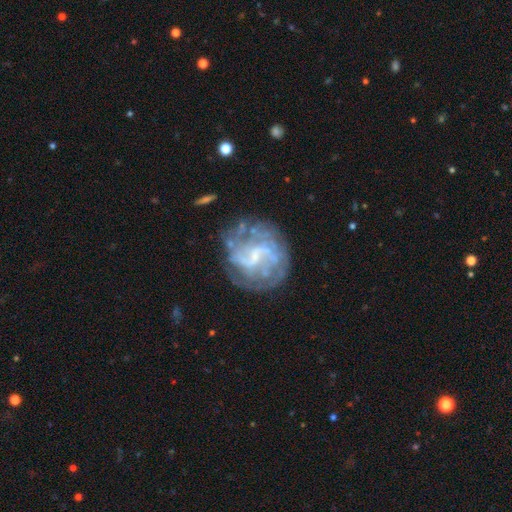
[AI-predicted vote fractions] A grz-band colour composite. It shows a featured or disk galaxy (79%) with a weak bar (54%), medium (39%) spiral arms (79%) and a small central bulge (48%). Merging: none (63%).